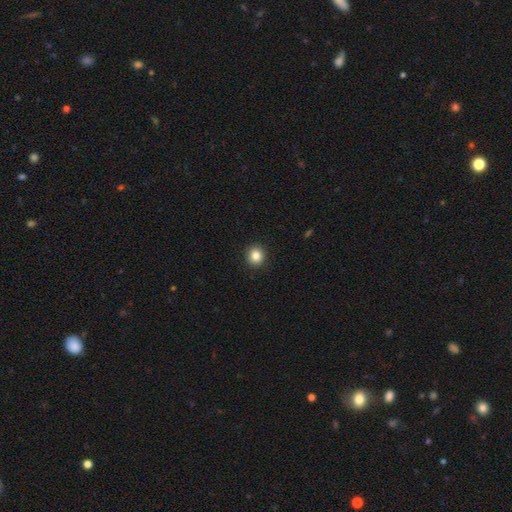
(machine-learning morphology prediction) A smooth galaxy with no disk features (84%) that is round (89%). Merging: none (93%).